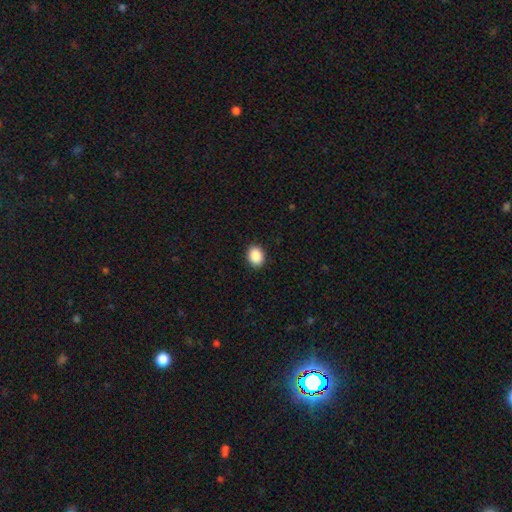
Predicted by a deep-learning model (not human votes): This appears to be a smooth galaxy with no disk features (90%) that is in between round and cigar-shaped (57%). Merging: none (91%).